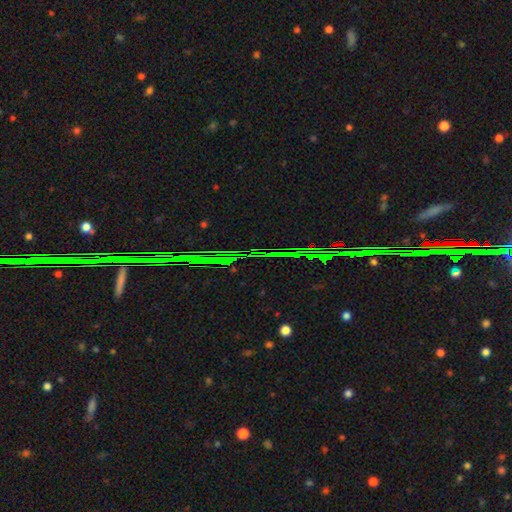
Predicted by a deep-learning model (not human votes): smooth-or-featured: star or artifact: 87% | featured or disk: 8% | smooth: 6%